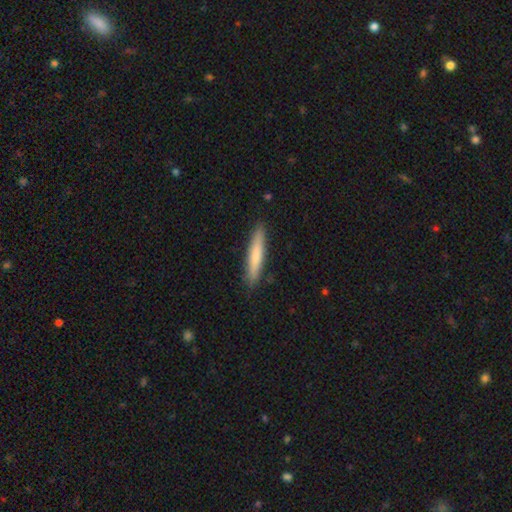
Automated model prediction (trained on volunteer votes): Smooth or featured? smooth (76%)
How rounded? cigar-shaped (92%)
Merging? none (89%)